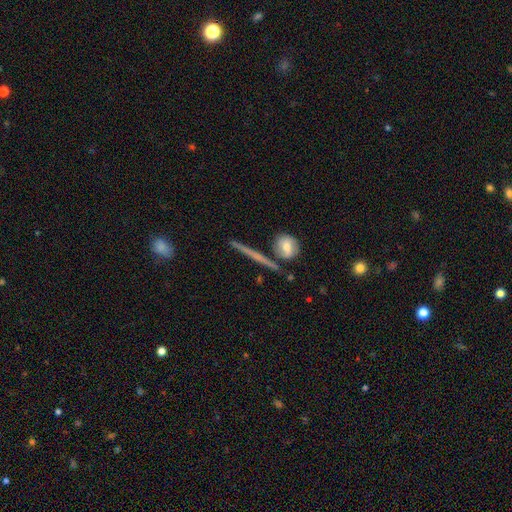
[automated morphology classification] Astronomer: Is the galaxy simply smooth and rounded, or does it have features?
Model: featured or disk — 53% (runner-up: smooth, 36%).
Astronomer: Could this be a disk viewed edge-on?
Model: yes — 92%.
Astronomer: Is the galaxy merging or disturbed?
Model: none — 80%.